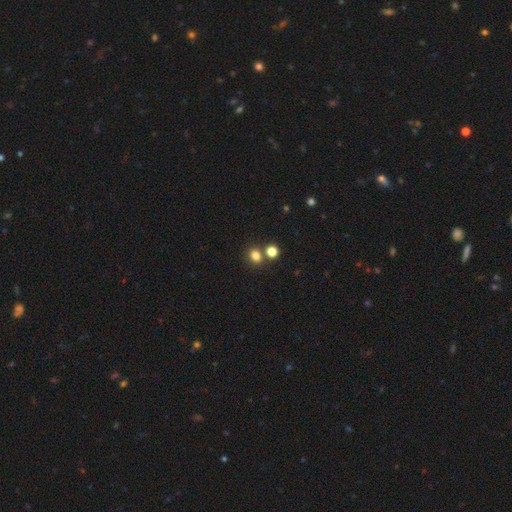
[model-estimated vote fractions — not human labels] smooth-or-featured: smooth: 79% | star or artifact: 15% | featured or disk: 6%
  how-rounded: round: 65% | in between: 34% | cigar-shaped: 1%
  merging: none: 68% | merger: 21% | minor disturbance: 8% | major disturbance: 3%